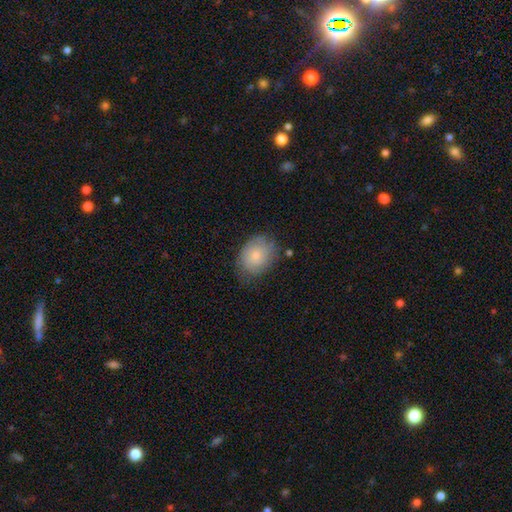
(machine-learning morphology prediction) Smooth or featured: smooth — 69% (featured or disk — 24%)
How rounded: in between — 55% (round — 44%)
Merging: none — 66% (minor disturbance — 25%)